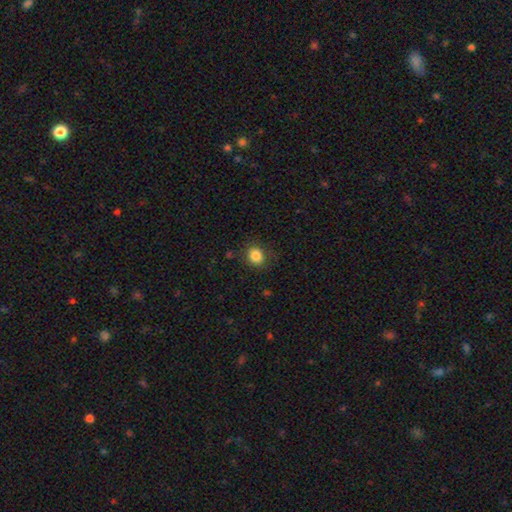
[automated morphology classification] A smooth galaxy with no disk features (85%) that is round (71%).

Vote fractions:
- Smooth or featured? smooth: 85% / star or artifact: 10% / featured or disk: 5%
- How rounded? round: 71% / in between: 29% / cigar-shaped: 1%
- Merging? none: 83% / minor disturbance: 12% / major disturbance: 4% / merger: 1%